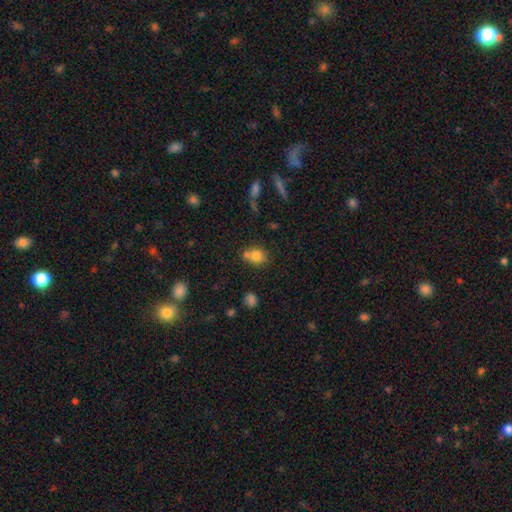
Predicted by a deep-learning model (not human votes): smooth-or-featured: smooth: 78% | star or artifact: 12% | featured or disk: 11%
  how-rounded: round: 60% | in between: 39% | cigar-shaped: 1%
  merging: none: 47% | merger: 34% | minor disturbance: 13% | major disturbance: 5%